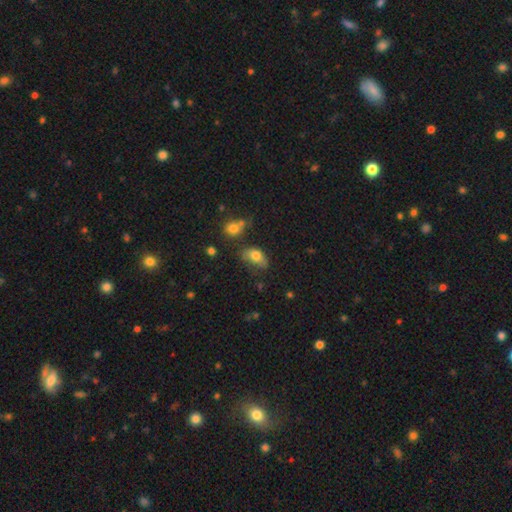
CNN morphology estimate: This appears to be a smooth galaxy with no disk features (74%) that is in between round and cigar-shaped (87%). Merging: none (41%).